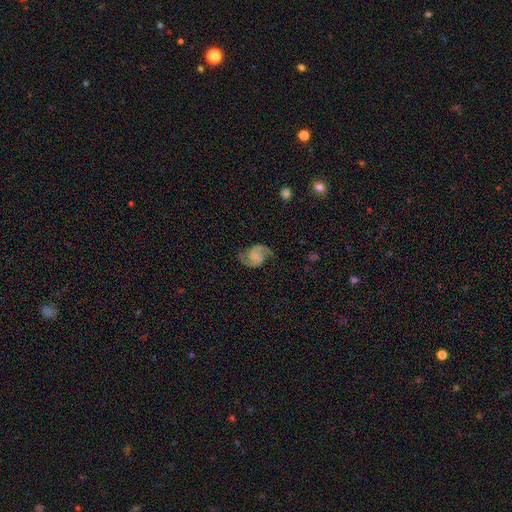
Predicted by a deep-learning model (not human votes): Overall: featured or disk (90%). Edge-on disk: no (98%). Bar: no (62%; weak 30%). Spiral arms: yes (98%). Spiral arm count: 2 (94%). Spiral winding: medium (57%; loose 23%). Bulge size: none (50%; small 33%). Merging: none (80%).